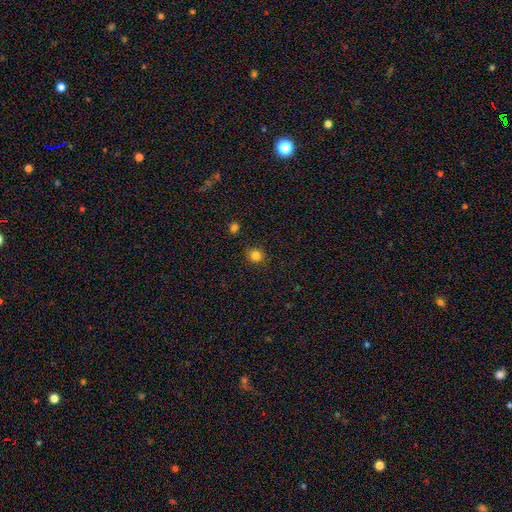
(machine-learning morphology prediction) This appears to be a smooth galaxy with no disk features (82%) that is round (89%). Merging: none (89%).